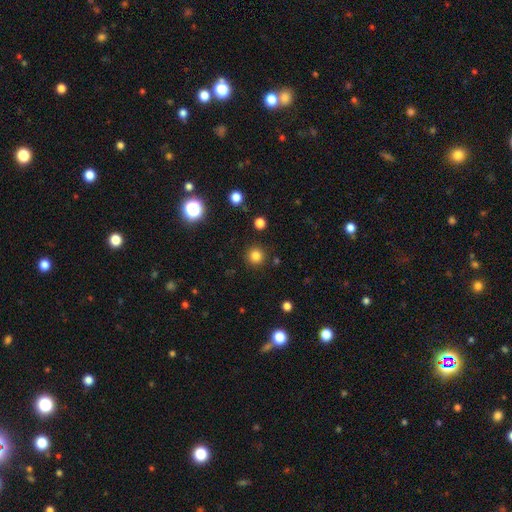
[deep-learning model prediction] A smooth galaxy with no disk features (82%) that is round (95%).

Vote fractions:
- Smooth or featured? smooth: 82% / star or artifact: 14% / featured or disk: 4%
- How rounded? round: 95% / in between: 4% / cigar-shaped: 1%
- Merging? none: 91% / minor disturbance: 6% / major disturbance: 2% / merger: 2%